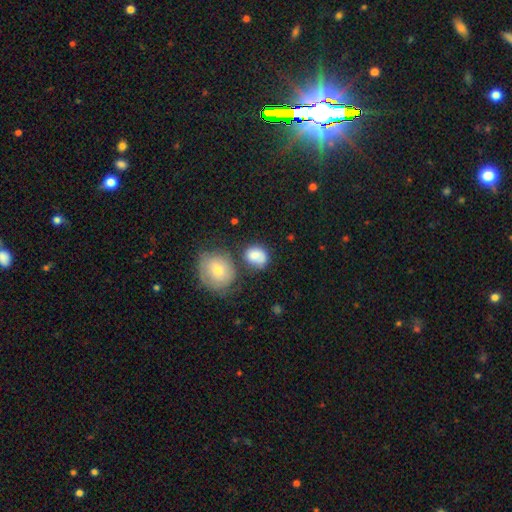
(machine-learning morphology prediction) Smooth or featured: smooth — 80% (featured or disk — 12%)
How rounded: round — 57% (in between — 42%)
Merging: none — 55% (minor disturbance — 21%)